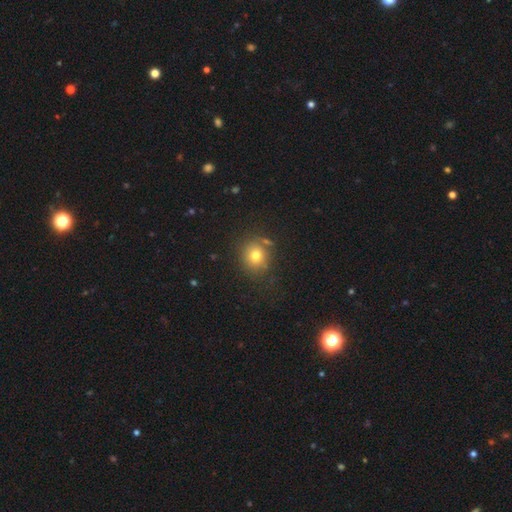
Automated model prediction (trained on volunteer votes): This is likely a smooth galaxy (75%). How rounded: clearly round (83%). Merging: likely none (77%).